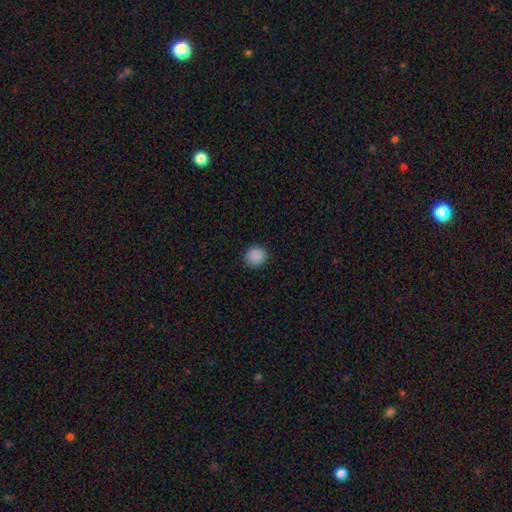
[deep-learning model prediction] Smooth or featured?
  - smooth: 88% *
  - star or artifact: 9%
  - featured or disk: 2%
How rounded?
  - round: 85% *
  - in between: 14%
  - cigar-shaped: 1%
Merging?
  - none: 89% *
  - minor disturbance: 8%
  - major disturbance: 2%
  - merger: 1%